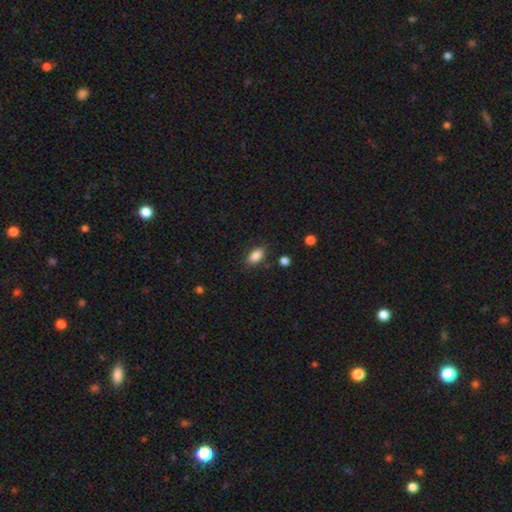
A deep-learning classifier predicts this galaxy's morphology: Q: Smooth or featured?
A: smooth (86%); runner-up: star or artifact (9%)
Q: How rounded?
A: in between (89%); runner-up: round (6%)
Q: Merging?
A: none (83%); runner-up: minor disturbance (11%)